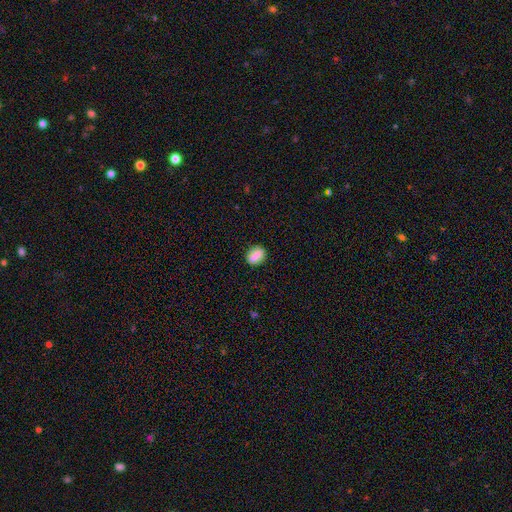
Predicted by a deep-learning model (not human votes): Q: Smooth or featured?
A: smooth (84%); runner-up: featured or disk (8%)
Q: How rounded?
A: in between (69%); runner-up: round (26%)
Q: Merging?
A: none (86%); runner-up: minor disturbance (10%)